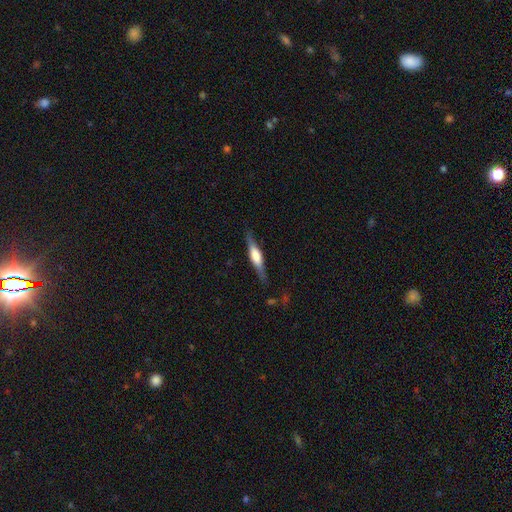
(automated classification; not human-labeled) Q: Smooth or featured?
A: featured or disk (59%); runner-up: smooth (36%)
Q: Edge-on disk?
A: yes (95%); runner-up: no (5%)
Q: Edge-on bulge?
A: rounded (66%); runner-up: boxy (27%)
Q: Merging?
A: none (84%); runner-up: minor disturbance (12%)